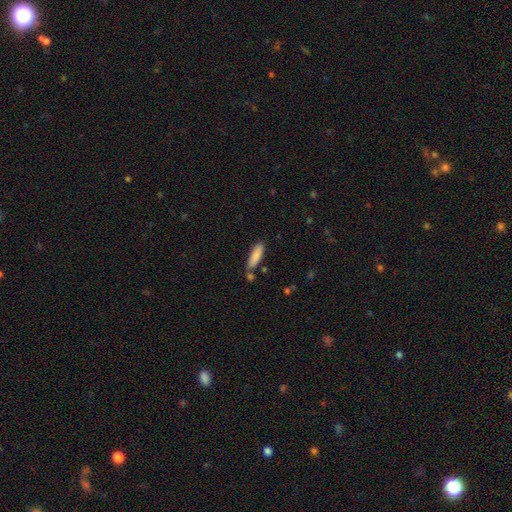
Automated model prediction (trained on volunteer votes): Overall: smooth (84%). How rounded: cigar-shaped (57%; in between 41%). Merging: none (74%).